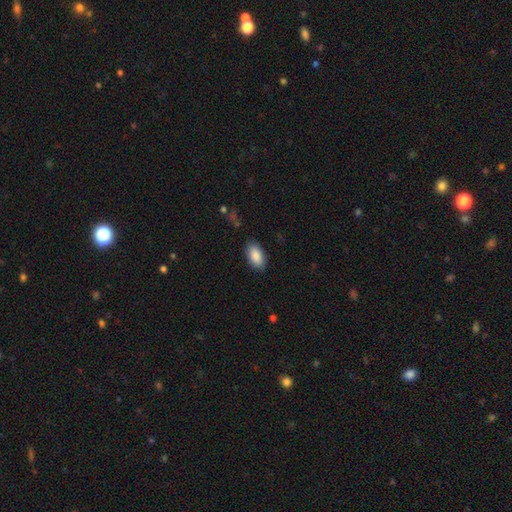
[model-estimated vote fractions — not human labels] A smooth galaxy with no disk features (89%) that is in between round and cigar-shaped (93%). Merging: none (87%).